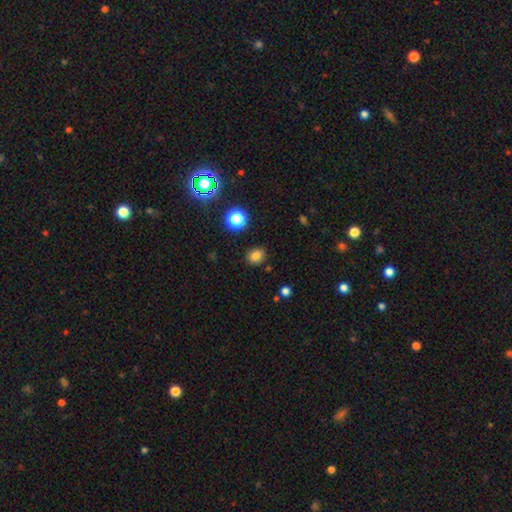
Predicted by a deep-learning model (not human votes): This appears to be a smooth galaxy with no disk features (79%) that is round (55%). Merging: none (86%).